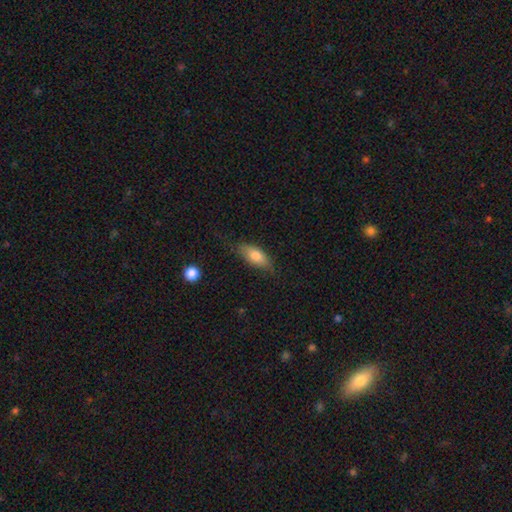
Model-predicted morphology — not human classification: This is likely a smooth galaxy (77%). How rounded: clearly in between (81%). Merging: likely none (73%).